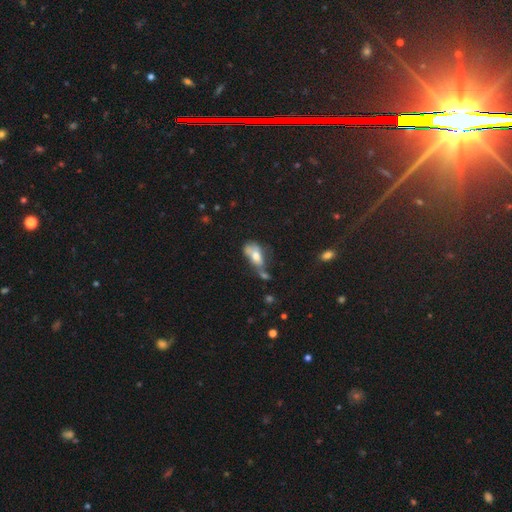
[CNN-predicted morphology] This appears to be a smooth galaxy with no disk features (58%) that is in between round and cigar-shaped (84%). Merging: merger (34%).